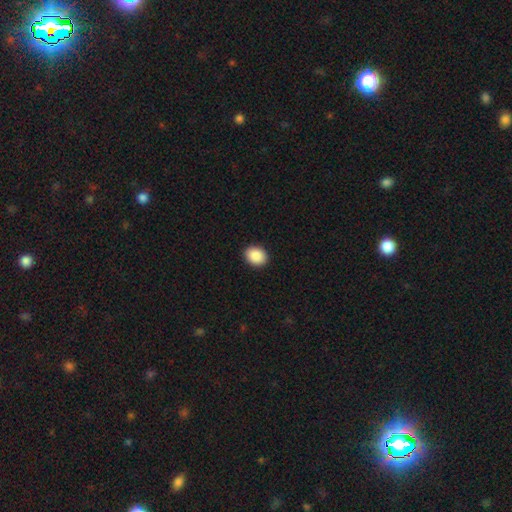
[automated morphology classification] smooth 90%, star or artifact 7%, featured or disk 3%. Down the decision tree: how rounded — in between (58%); merging — none (92%).